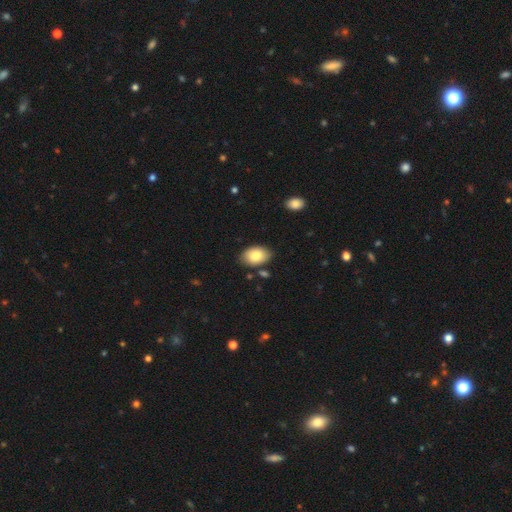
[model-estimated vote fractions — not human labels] Overall: smooth (82%). How rounded: in between (89%). Merging: none (80%).